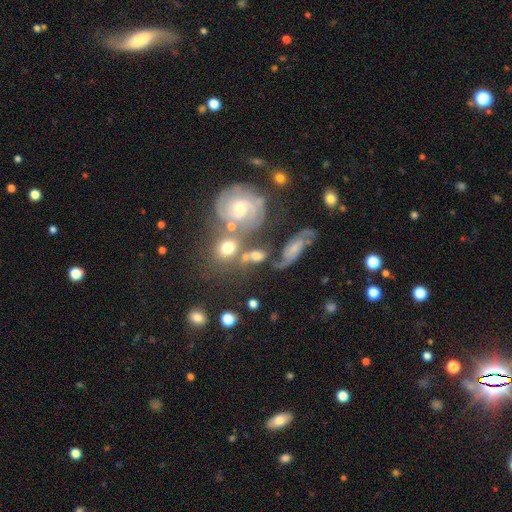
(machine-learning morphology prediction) The model was most divided on "smooth or featured": smooth: 44%, featured or disk: 43%, star or artifact: 13%. Remaining: merging — none (38%).